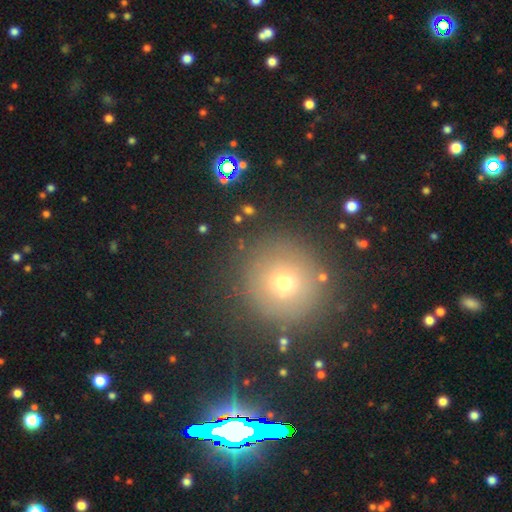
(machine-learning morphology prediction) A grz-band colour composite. It shows a smooth galaxy with no disk features (52%) that is round (92%). Merging: none (88%).